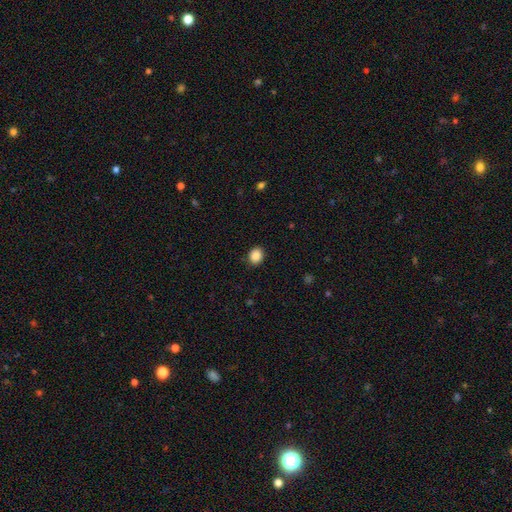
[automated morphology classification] Smooth or featured?
  - smooth: 88% *
  - star or artifact: 9%
  - featured or disk: 3%
How rounded?
  - round: 64% *
  - in between: 35%
  - cigar-shaped: 1%
Merging?
  - none: 90% *
  - minor disturbance: 7%
  - major disturbance: 2%
  - merger: 1%